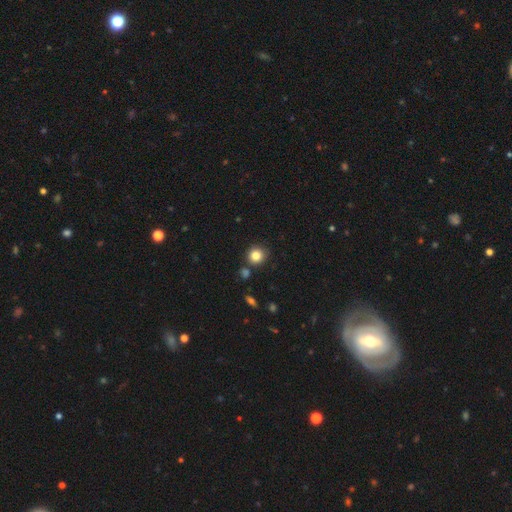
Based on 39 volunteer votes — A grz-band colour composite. It shows a smooth galaxy with no disk features (79%) that is round (90%). Merging: none (75%).